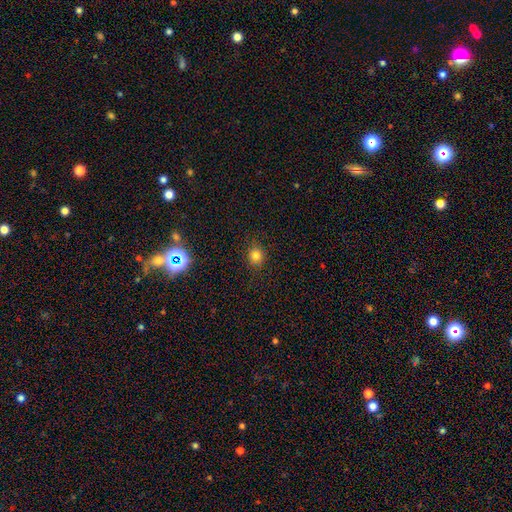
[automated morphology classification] Smooth or featured?
  - smooth: 79% *
  - star or artifact: 15%
  - featured or disk: 6%
How rounded?
  - round: 82% *
  - in between: 17%
  - cigar-shaped: 1%
Merging?
  - none: 88% *
  - minor disturbance: 9%
  - major disturbance: 3%
  - merger: 1%